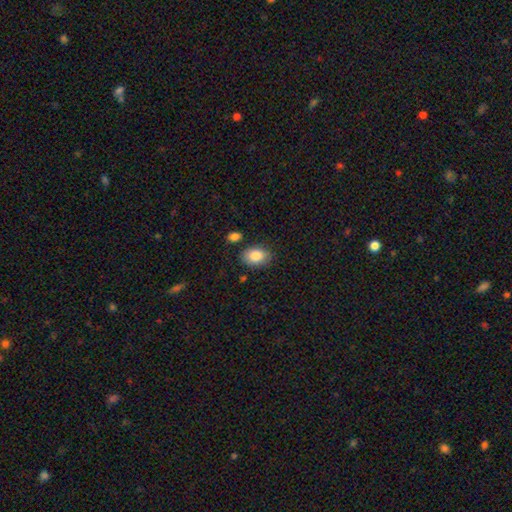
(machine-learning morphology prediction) A smooth galaxy with no disk features (85%) that is in between round and cigar-shaped (82%).

Vote fractions:
- Smooth or featured? smooth: 85% / featured or disk: 7% / star or artifact: 7%
- How rounded? in between: 82% / round: 17% / cigar-shaped: 1%
- Merging? none: 81% / minor disturbance: 13% / merger: 4% / major disturbance: 3%